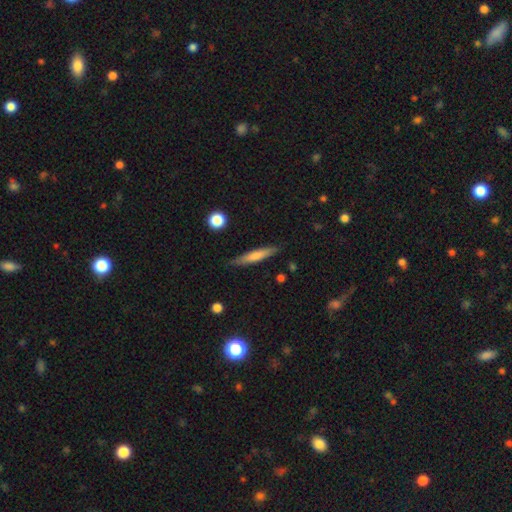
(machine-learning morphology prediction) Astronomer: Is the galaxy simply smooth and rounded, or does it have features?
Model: smooth — 67%.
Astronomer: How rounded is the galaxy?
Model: cigar-shaped — 90%.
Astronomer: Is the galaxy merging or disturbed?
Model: none — 83%.